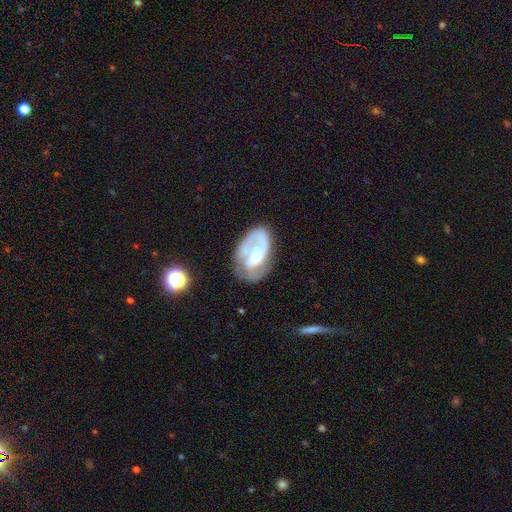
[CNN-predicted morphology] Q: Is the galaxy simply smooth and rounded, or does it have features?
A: featured or disk — 71%.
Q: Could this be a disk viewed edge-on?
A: no — 96%.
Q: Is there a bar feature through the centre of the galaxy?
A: no — 48%.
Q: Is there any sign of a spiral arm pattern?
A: yes — 77%.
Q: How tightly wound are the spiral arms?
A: tight — 41%.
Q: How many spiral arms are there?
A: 1 — 36%.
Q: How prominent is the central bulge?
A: moderate — 55%.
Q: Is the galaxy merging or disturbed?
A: none — 54%.